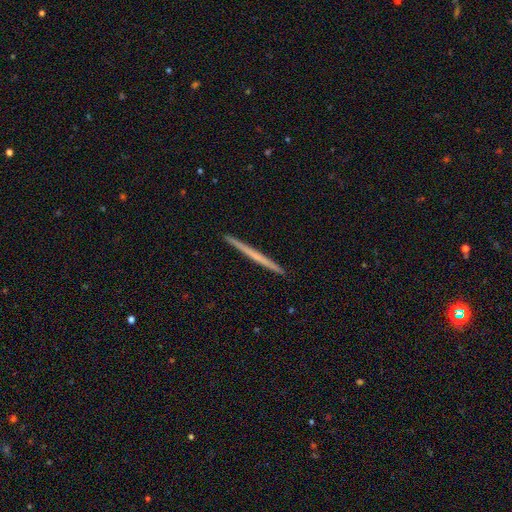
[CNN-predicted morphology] A featured or disk galaxy (51%) viewed edge-on (98%) with no central bulge (90%). Merging: none (93%).